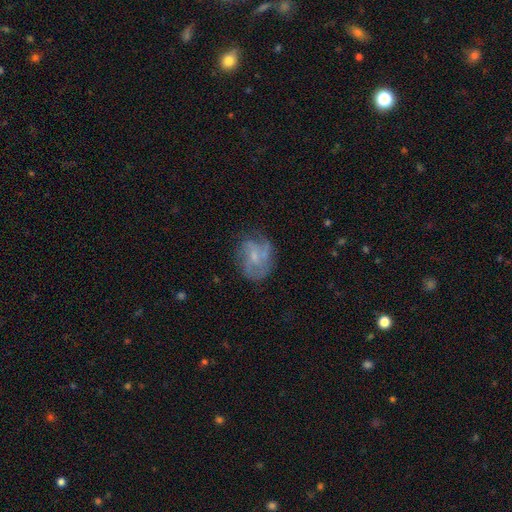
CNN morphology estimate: Q: Smooth or featured?
A: featured or disk (71%); runner-up: smooth (22%)
Q: Edge-on disk?
A: no (98%); runner-up: yes (2%)
Q: Bar?
A: no (57%); runner-up: weak (37%)
Q: Spiral arms?
A: yes (86%); runner-up: no (14%)
Q: Spiral winding?
A: medium (46%); runner-up: tight (32%)
Q: Spiral arm count?
A: 3 (31%); runner-up: can't tell (27%)
Q: Bulge size?
A: small (59%); runner-up: moderate (26%)
Q: Merging?
A: none (63%); runner-up: minor disturbance (22%)